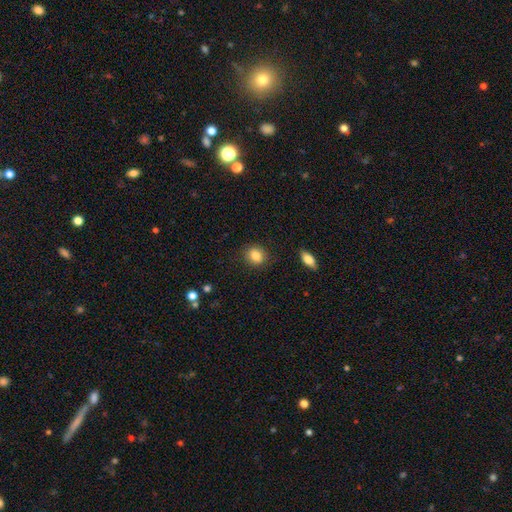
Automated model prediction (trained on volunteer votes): The model was most divided on "how rounded": round: 74%, in between: 25%, cigar-shaped: 1%. More confident: merging — none (87%); smooth or featured — smooth (83%).